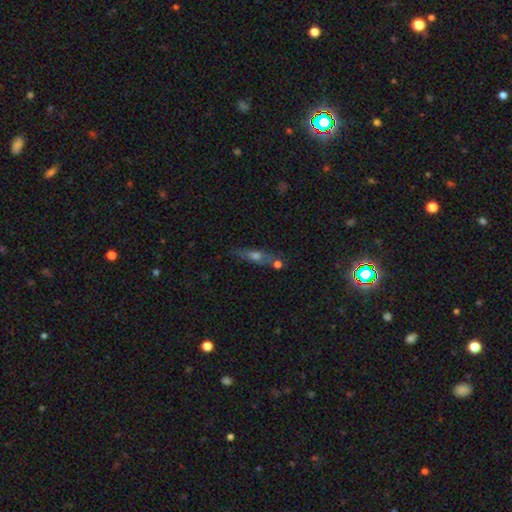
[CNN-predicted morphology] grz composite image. It shows a featured or disk galaxy (49%). Merging: none (68%).